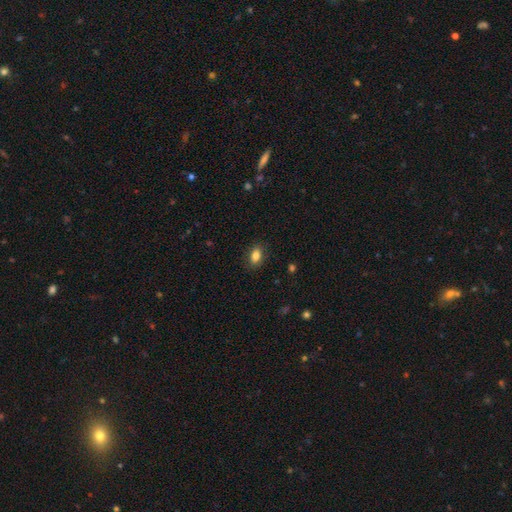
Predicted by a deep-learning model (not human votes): This is clearly a smooth galaxy (85%). How rounded: clearly in between (85%). Merging: clearly none (86%).